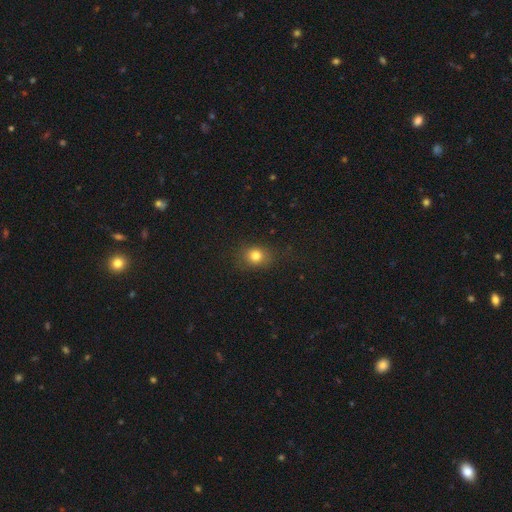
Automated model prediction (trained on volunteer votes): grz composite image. It shows a smooth galaxy with no disk features (79%) that is round (66%). Merging: none (82%).